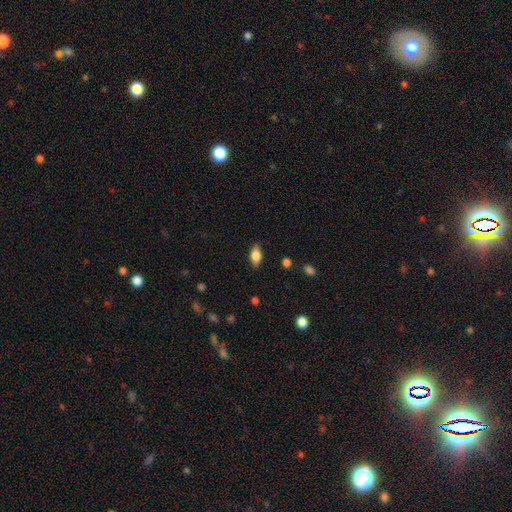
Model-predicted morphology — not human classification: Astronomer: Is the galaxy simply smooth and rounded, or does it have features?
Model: smooth — 78%.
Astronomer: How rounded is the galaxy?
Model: in between — 87%.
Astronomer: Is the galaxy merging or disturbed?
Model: none — 84%.